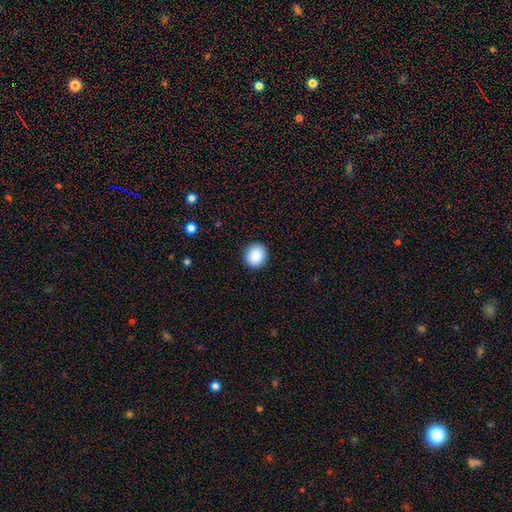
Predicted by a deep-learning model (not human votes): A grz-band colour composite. It shows a smooth galaxy with no disk features (89%) that is round (80%). Merging: none (91%).